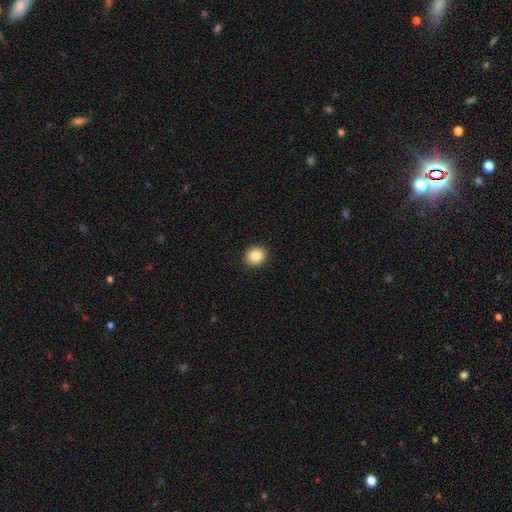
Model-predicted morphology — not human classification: Smooth or featured?
  - smooth: 83% *
  - star or artifact: 10%
  - featured or disk: 7%
How rounded?
  - round: 82% *
  - in between: 17%
  - cigar-shaped: 1%
Merging?
  - none: 92% *
  - minor disturbance: 6%
  - major disturbance: 2%
  - merger: 1%